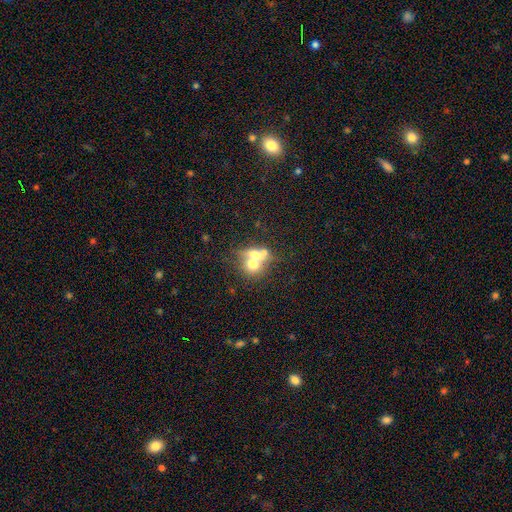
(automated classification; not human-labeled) A smooth galaxy with no disk features (61%) that is round (61%). Merging: merger (65%).